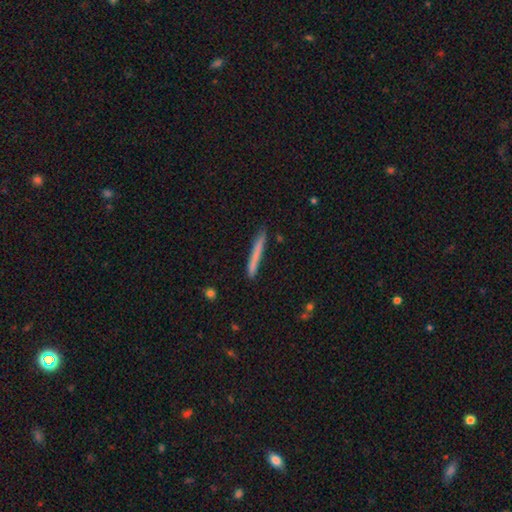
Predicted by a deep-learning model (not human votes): smooth 70%, featured or disk 24%, star or artifact 6%. Down the decision tree: how rounded — cigar-shaped (97%); merging — none (86%).